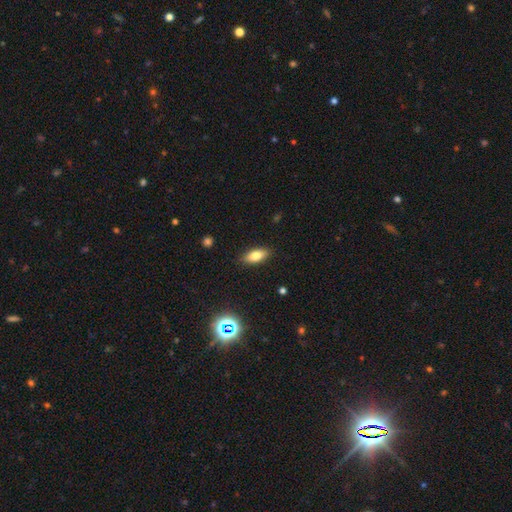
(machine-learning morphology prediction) A smooth galaxy with no disk features (78%) that is in between round and cigar-shaped (83%). Merging: none (88%).